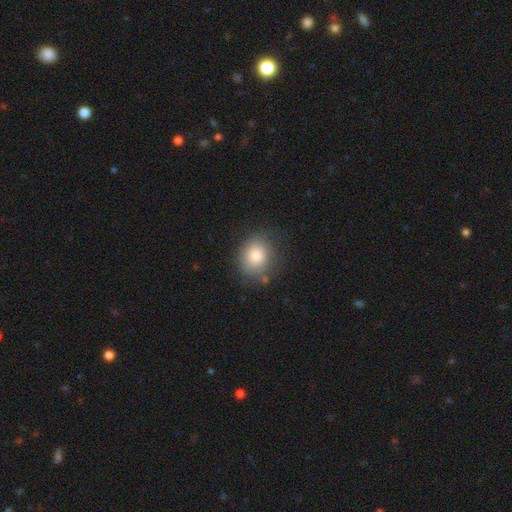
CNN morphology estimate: Smooth or featured? smooth (78%)
How rounded? round (74%)
Merging? none (72%)